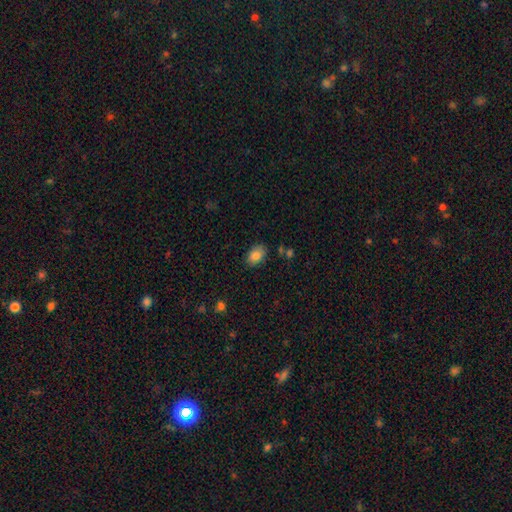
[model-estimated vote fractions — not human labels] Morphology: type=smooth (85%); roundness=in between (87%); merging=none (82%).